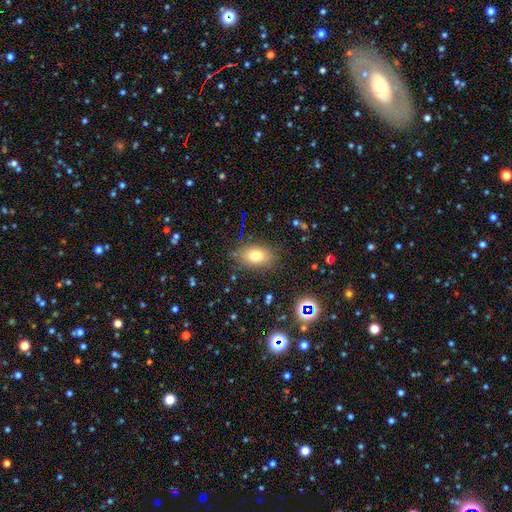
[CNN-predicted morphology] The model was most divided on "smooth or featured": smooth: 75%, star or artifact: 13%, featured or disk: 12%. More confident: how rounded — in between (83%); merging — none (83%).